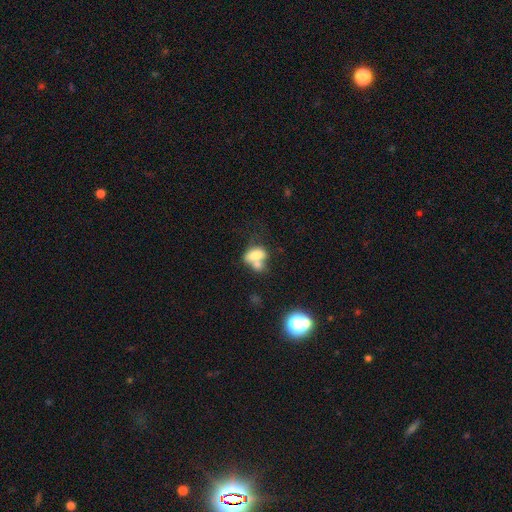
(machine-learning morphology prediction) Smooth or featured? Predicted: smooth (p=0.70). How rounded? Predicted: in between (p=0.79). Merging? Predicted: merger (p=0.57).